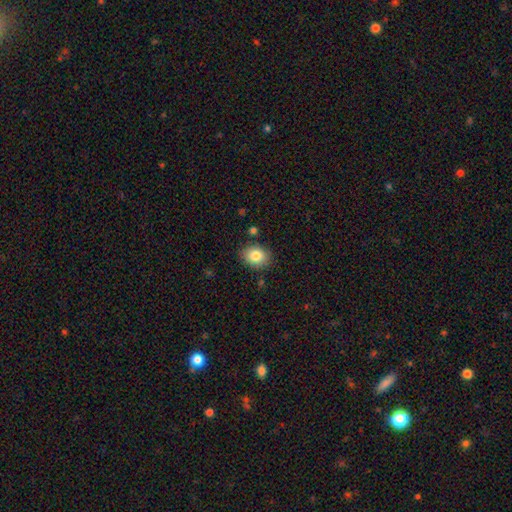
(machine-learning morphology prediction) Smooth or featured? Predicted: smooth (p=0.84). How rounded? Predicted: in between (p=0.58). Merging? Predicted: none (p=0.84).